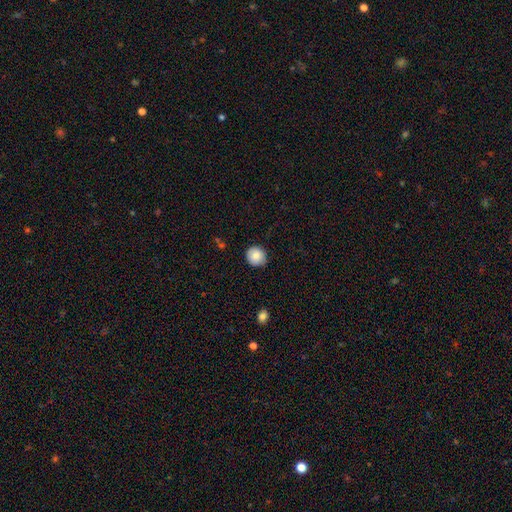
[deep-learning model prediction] Smooth or featured?
  - smooth: 84% *
  - featured or disk: 8%
  - star or artifact: 8%
How rounded?
  - round: 93% *
  - in between: 6%
  - cigar-shaped: 1%
Merging?
  - none: 87% *
  - minor disturbance: 10%
  - major disturbance: 2%
  - merger: 1%